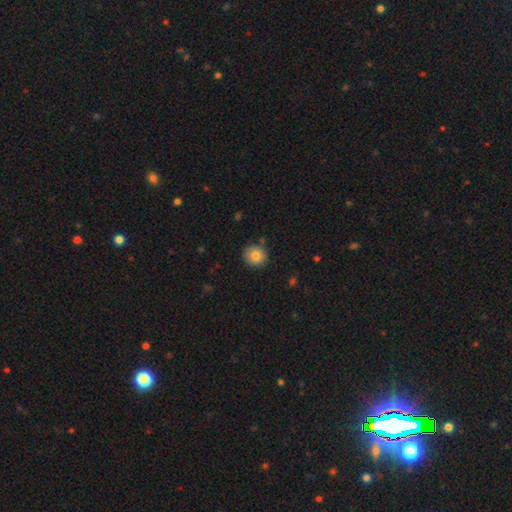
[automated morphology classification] type=smooth (83%); roundness=round (90%); merging=none (87%).